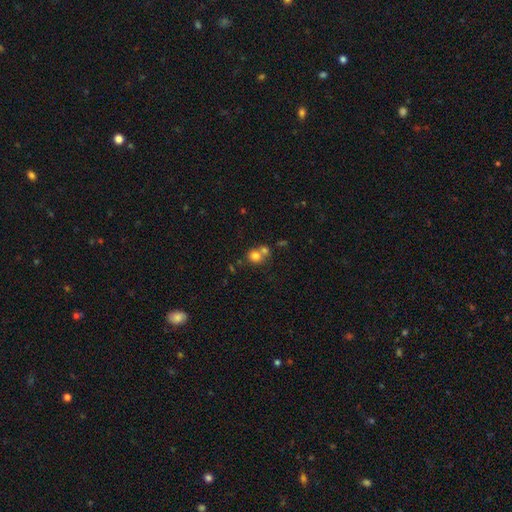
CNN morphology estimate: Smooth or featured: smooth — 77% (star or artifact — 12%)
How rounded: round — 82% (in between — 17%)
Merging: merger — 46% (none — 44%)